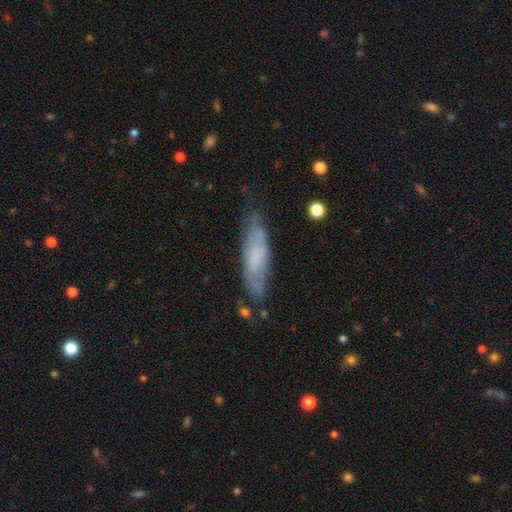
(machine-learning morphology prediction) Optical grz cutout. It shows a smooth galaxy with no disk features (59%) that is cigar-shaped (63%). Merging: none (62%).